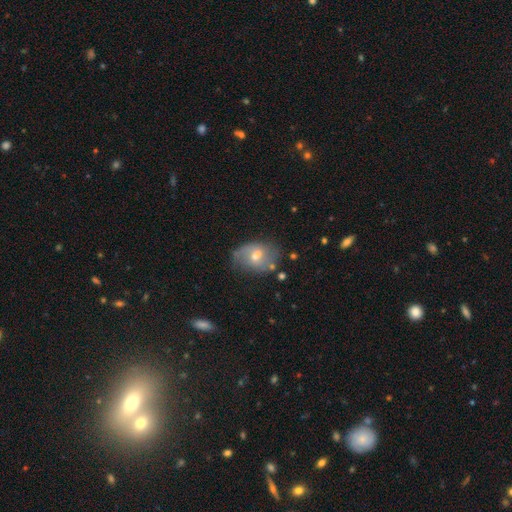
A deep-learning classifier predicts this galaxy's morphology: Overall: featured or disk (55%; smooth 36%). Edge-on disk: no (96%). Bar: weak (54%; no 33%). Spiral arms: yes (71%). Bulge size: moderate (59%; small 33%). Merging: none (61%; minor disturbance 24%).